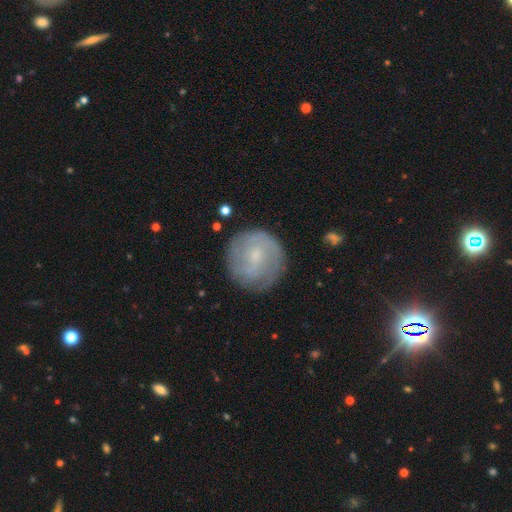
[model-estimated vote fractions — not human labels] Smooth or featured? Predicted: featured or disk (p=0.57). Edge-on disk? Predicted: no (p=0.97). Bar? Predicted: weak (p=0.50). Spiral arms? Predicted: yes (p=0.77). Bulge size? Predicted: small (p=0.54). Merging? Predicted: none (p=0.76).